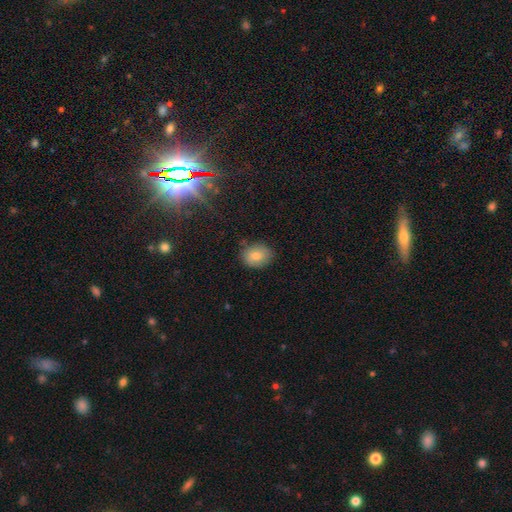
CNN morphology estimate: Smooth or featured? Predicted: smooth (p=0.78). How rounded? Predicted: round (p=0.51). Merging? Predicted: none (p=0.82).